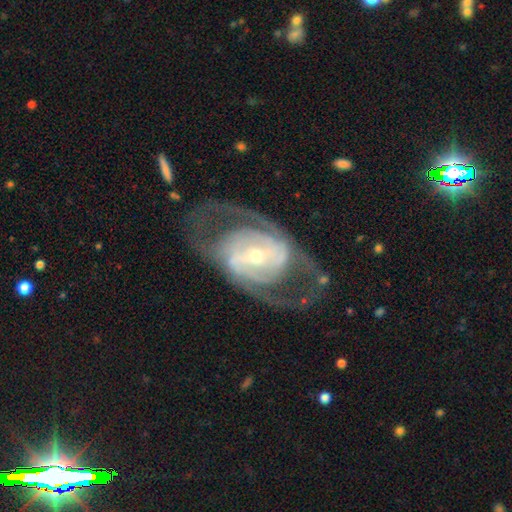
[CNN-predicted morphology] featured or disk 87%, smooth 8%, star or artifact 5%. Down the decision tree: edge-on disk — no (95%); bar — strong (41%); spiral arms — yes (88%); spiral arm count — 2 (78%); spiral winding — medium (50%); bulge size — small (61%); merging — none (68%).